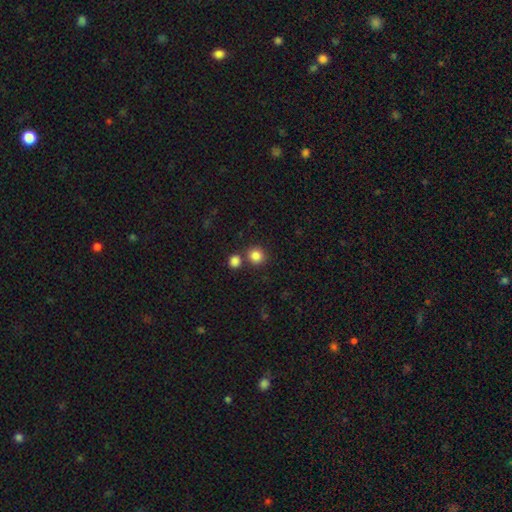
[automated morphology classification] type=smooth (85%); roundness=round (90%); merging=none (72%).